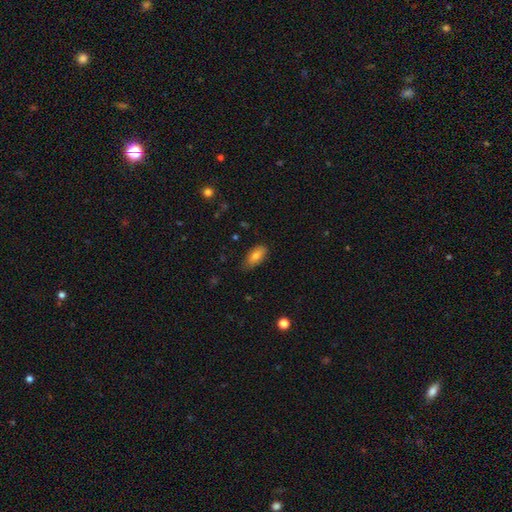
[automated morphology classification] Q: Smooth or featured?
A: smooth (78%); runner-up: featured or disk (15%)
Q: How rounded?
A: in between (88%); runner-up: cigar-shaped (8%)
Q: Merging?
A: none (76%); runner-up: minor disturbance (20%)